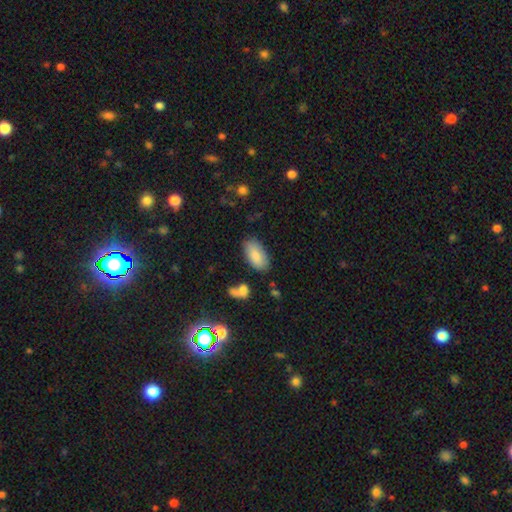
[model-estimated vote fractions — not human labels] This is clearly a smooth galaxy (84%). How rounded: clearly in between (92%). Merging: likely none (78%).